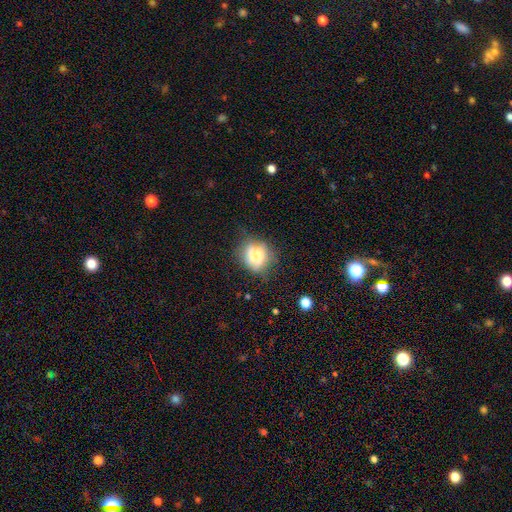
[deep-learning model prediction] This appears to be a smooth galaxy with no disk features (62%) that is round (64%). Merging: none (53%).